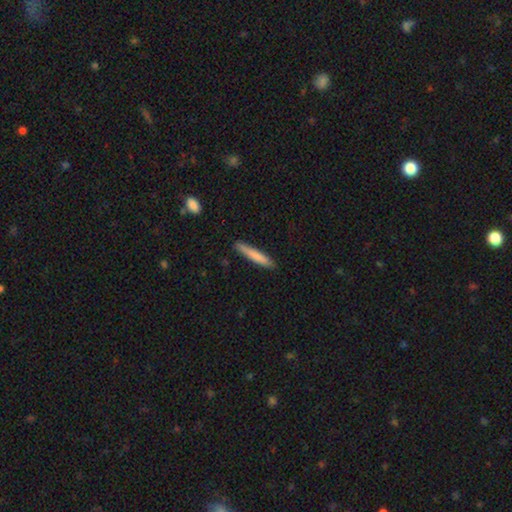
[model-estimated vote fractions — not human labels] Smooth or featured? Predicted: smooth (p=0.77). How rounded? Predicted: cigar-shaped (p=0.94). Merging? Predicted: none (p=0.88).